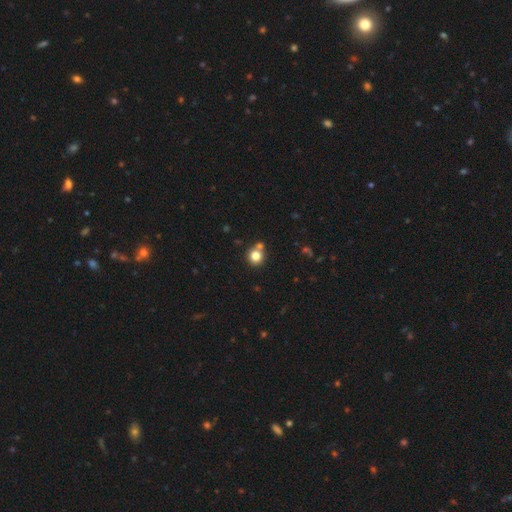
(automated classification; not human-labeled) smooth_or_featured: smooth (p=0.80) [alt: star or artifact p=0.12]
how_rounded: round (p=0.90) [alt: in between p=0.09]
merging: none (p=0.66) [alt: merger p=0.23]